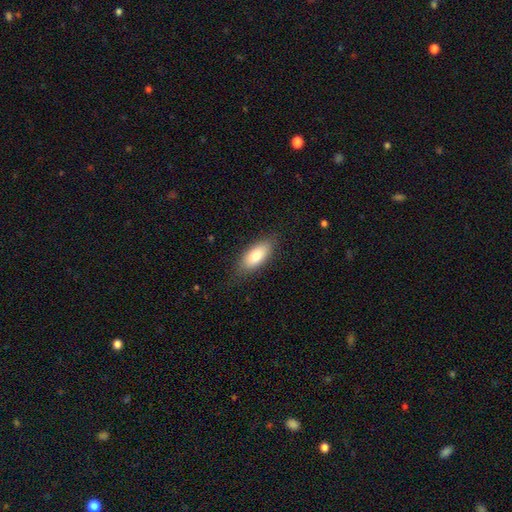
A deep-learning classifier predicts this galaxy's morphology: smooth_or_featured: smooth (p=0.77) [alt: featured or disk p=0.16]
how_rounded: in between (p=0.85) [alt: cigar-shaped p=0.13]
merging: none (p=0.82) [alt: minor disturbance p=0.14]